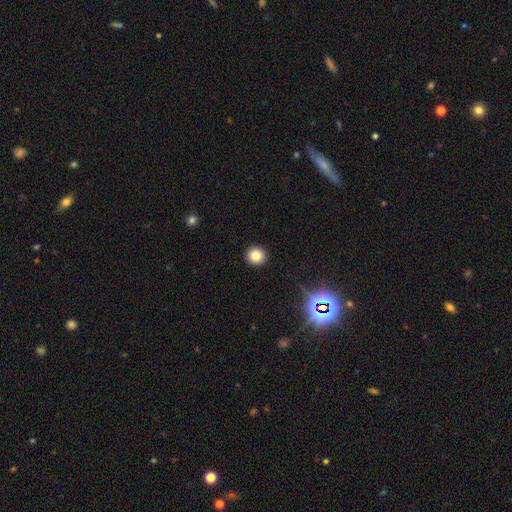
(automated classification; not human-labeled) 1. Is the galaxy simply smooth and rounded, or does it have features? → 81% smooth, 13% star or artifact, 6% featured or disk.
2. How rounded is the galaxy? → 94% round, 5% in between, 1% cigar-shaped.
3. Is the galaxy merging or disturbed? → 93% none, 4% minor disturbance, 2% major disturbance, 1% merger.